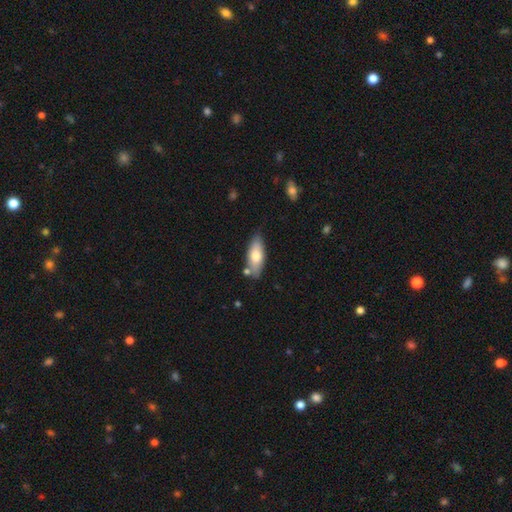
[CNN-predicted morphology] Smooth or featured? smooth (73%)
How rounded? in between (77%)
Merging? none (73%)